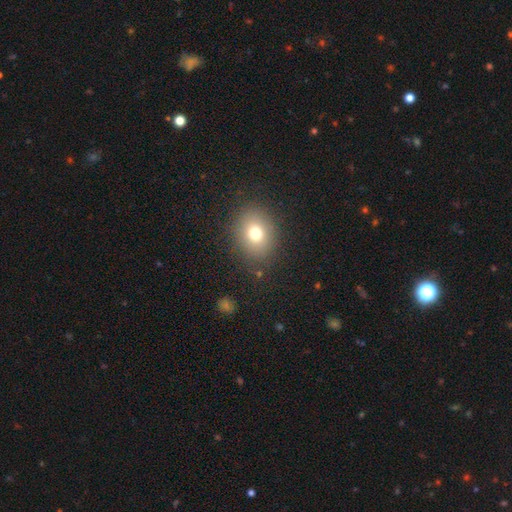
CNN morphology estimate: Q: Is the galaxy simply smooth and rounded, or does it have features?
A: smooth — 68%.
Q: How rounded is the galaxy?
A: round — 64%.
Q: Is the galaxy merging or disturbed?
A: none — 89%.